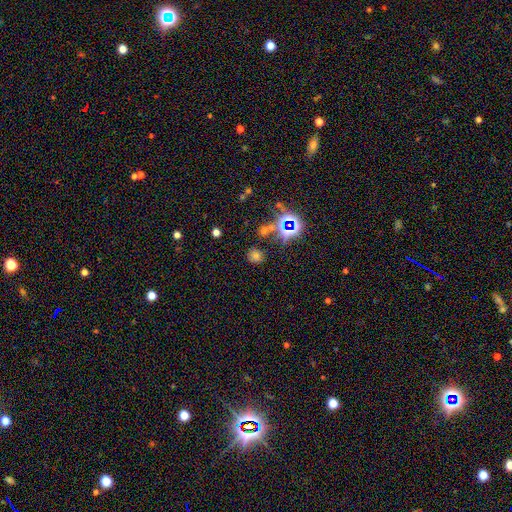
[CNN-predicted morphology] This is possibly a smooth galaxy (55%). How rounded: likely round (78%). Merging: clearly none (80%).